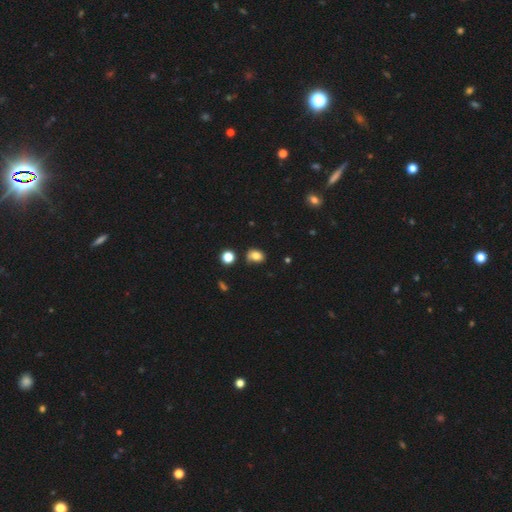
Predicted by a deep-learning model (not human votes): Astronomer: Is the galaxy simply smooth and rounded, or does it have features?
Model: smooth — 79%.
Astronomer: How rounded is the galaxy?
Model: in between — 66%.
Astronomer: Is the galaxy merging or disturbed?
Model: none — 61%.